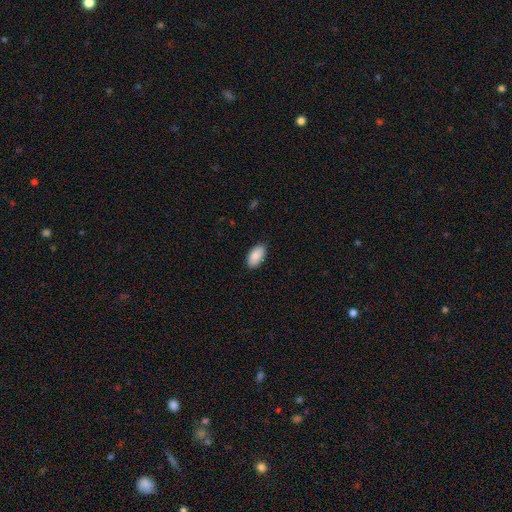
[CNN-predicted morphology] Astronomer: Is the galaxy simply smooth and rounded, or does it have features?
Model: smooth — 89%.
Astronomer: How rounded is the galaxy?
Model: in between — 95%.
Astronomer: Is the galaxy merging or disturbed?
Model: none — 88%.